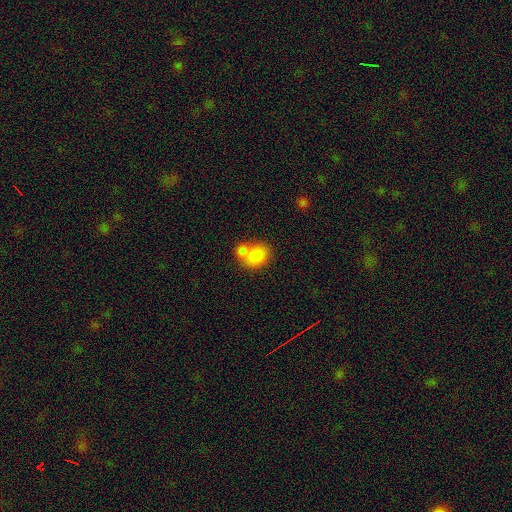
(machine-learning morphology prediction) Q: Smooth or featured?
A: smooth (82%); runner-up: featured or disk (9%)
Q: How rounded?
A: in between (52%); runner-up: round (47%)
Q: Merging?
A: merger (50%); runner-up: none (35%)